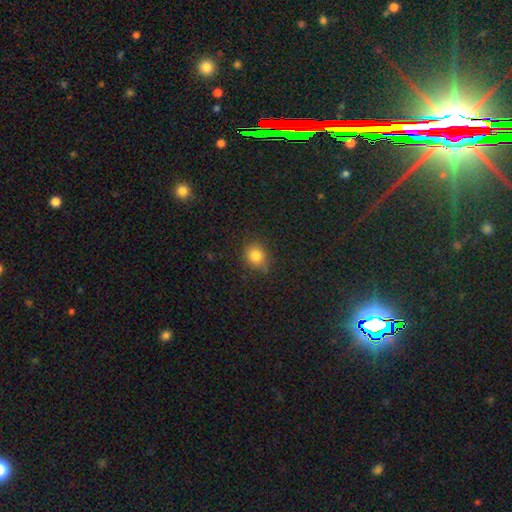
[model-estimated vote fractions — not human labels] This is clearly a smooth galaxy (82%). How rounded: likely round (76%). Merging: likely none (79%).